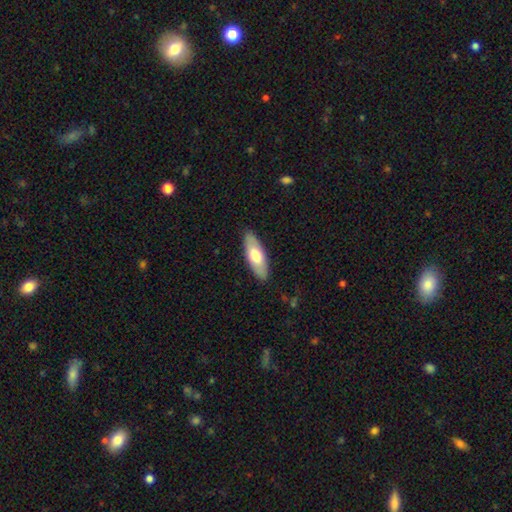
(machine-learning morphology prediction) Overall: smooth (64%; featured or disk 31%). How rounded: in between (70%). Merging: none (88%).